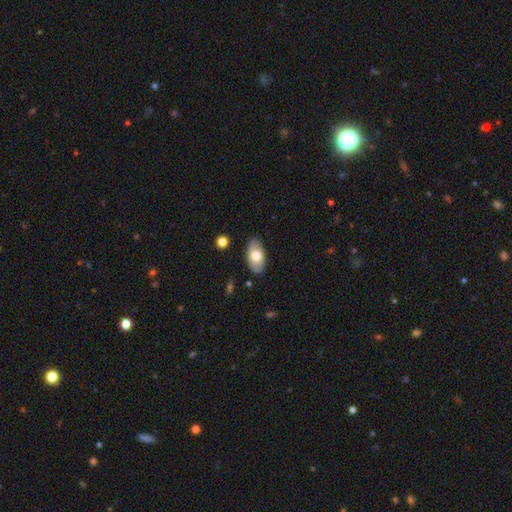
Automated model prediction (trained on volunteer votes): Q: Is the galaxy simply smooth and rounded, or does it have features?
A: smooth — 72%.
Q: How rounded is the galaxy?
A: in between — 94%.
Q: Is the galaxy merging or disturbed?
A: none — 86%.